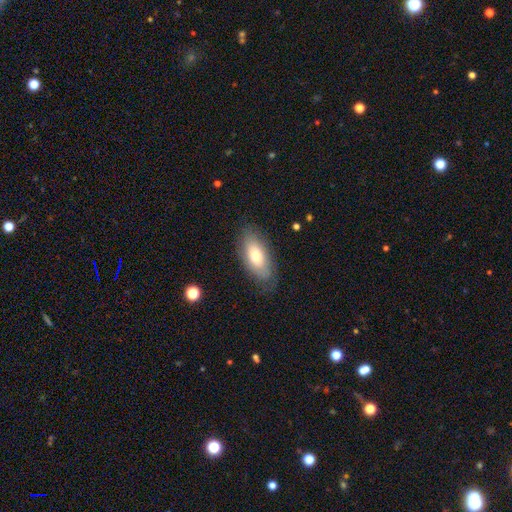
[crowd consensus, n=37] Smooth or featured? smooth (70%)
How rounded? in between (81%)
Merging? none (78%)